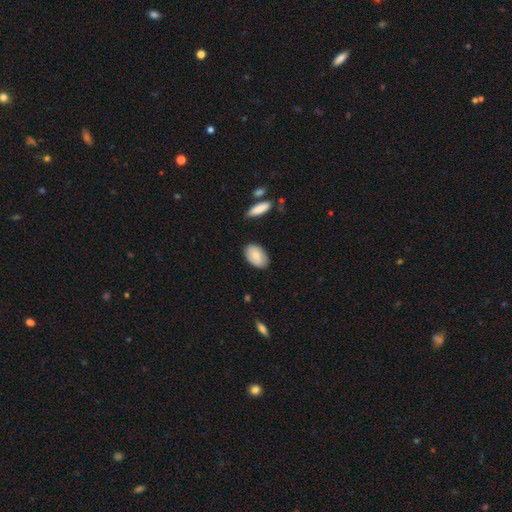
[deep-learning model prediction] A smooth galaxy with no disk features (78%) that is in between round and cigar-shaped (92%).

Vote fractions:
- Smooth or featured? smooth: 78% / featured or disk: 16% / star or artifact: 6%
- How rounded? in between: 92% / round: 7% / cigar-shaped: 1%
- Merging? none: 79% / minor disturbance: 16% / major disturbance: 3% / merger: 2%